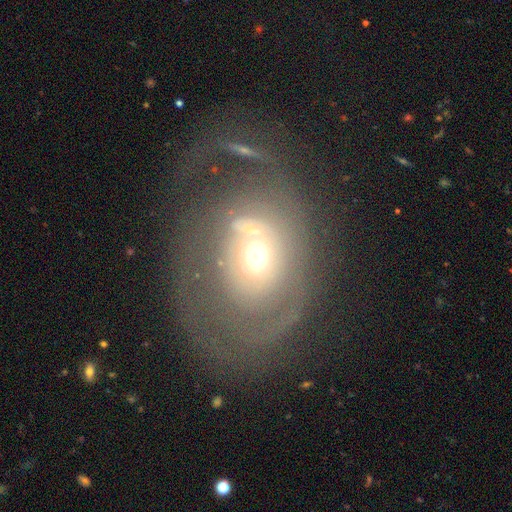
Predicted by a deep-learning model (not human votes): This is likely a featured or disk galaxy (64%). It is clearly not viewed edge-on (95%). Bar: likely no (77%). Spiral arm pattern: possibly yes (53%). Central bulge: likely moderate (61%). Merging: marginally major disturbance (39%).